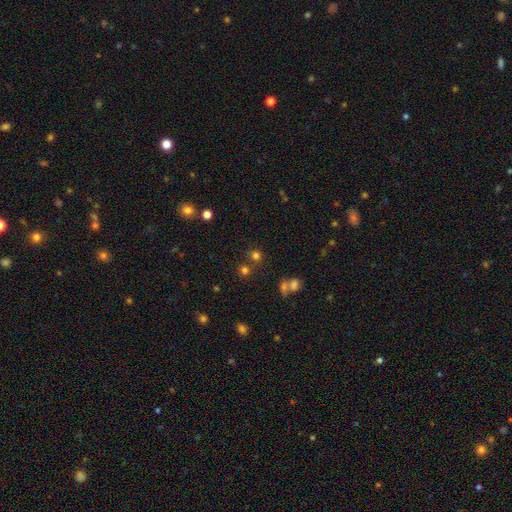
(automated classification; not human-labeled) Smooth or featured? Predicted: smooth (p=0.68). How rounded? Predicted: round (p=0.87). Merging? Predicted: none (p=0.67).